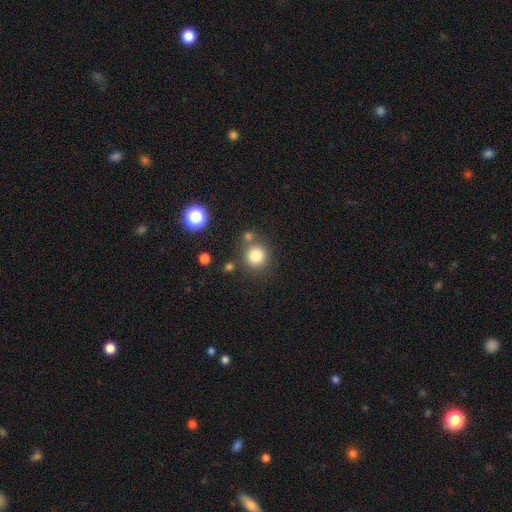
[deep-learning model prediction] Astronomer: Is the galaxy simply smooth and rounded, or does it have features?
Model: smooth — 81%.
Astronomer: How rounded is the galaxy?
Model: round — 90%.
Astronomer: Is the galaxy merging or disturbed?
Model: none — 73%.